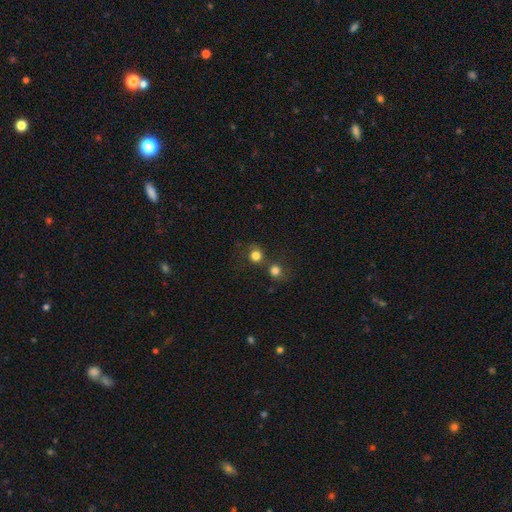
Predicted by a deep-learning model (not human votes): Morphology: type=smooth (79%); roundness=round (89%); merging=none (58%).